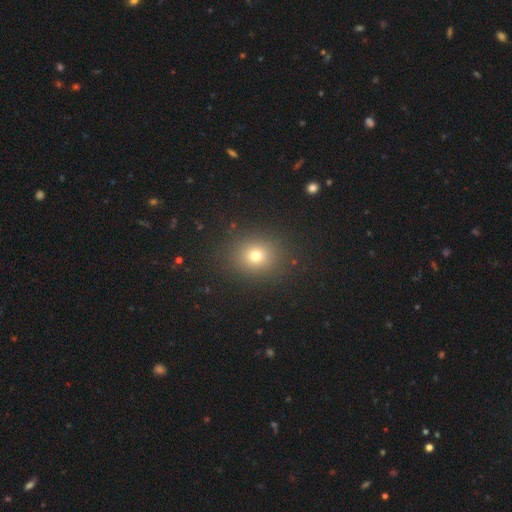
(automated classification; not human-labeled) smooth 73%, star or artifact 19%, featured or disk 8%. Down the decision tree: how rounded — round (79%); merging — none (89%).